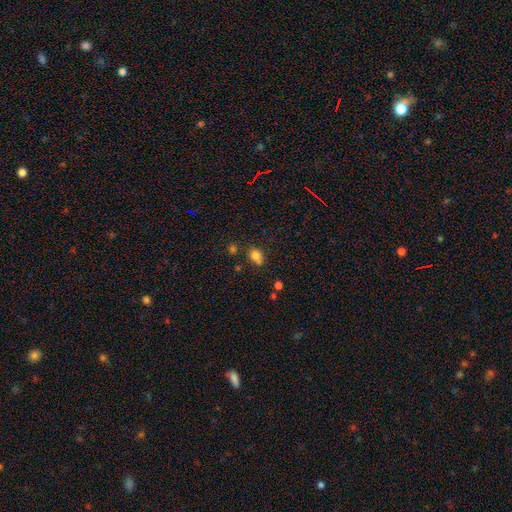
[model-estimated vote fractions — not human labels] Smooth or featured? smooth (78%)
How rounded? round (55%)
Merging? none (60%)